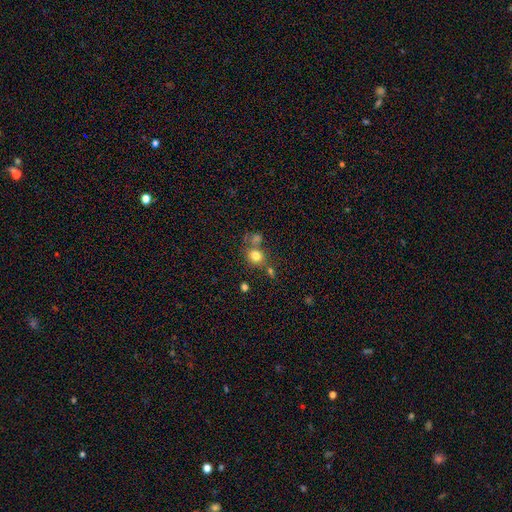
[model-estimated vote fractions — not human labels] smooth-or-featured: smooth: 78% | star or artifact: 13% | featured or disk: 9%
  how-rounded: round: 76% | in between: 23% | cigar-shaped: 1%
  merging: none: 57% | merger: 25% | minor disturbance: 12% | major disturbance: 6%